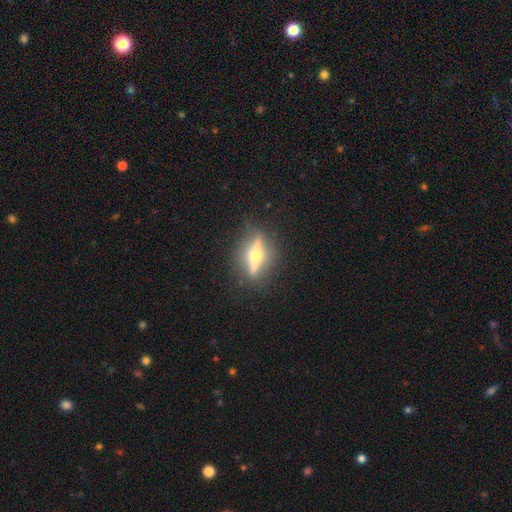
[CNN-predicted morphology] featured or disk 78%, smooth 16%, star or artifact 7%. Down the decision tree: edge-on disk — yes (91%); edge-on bulge — rounded (95%); merging — none (84%).